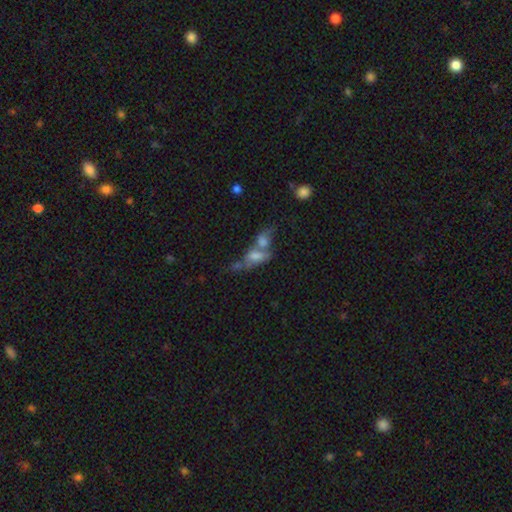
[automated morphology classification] Smooth or featured? Predicted: smooth (p=0.57). How rounded? Predicted: in between (p=0.80). Merging? Predicted: merger (p=0.67).